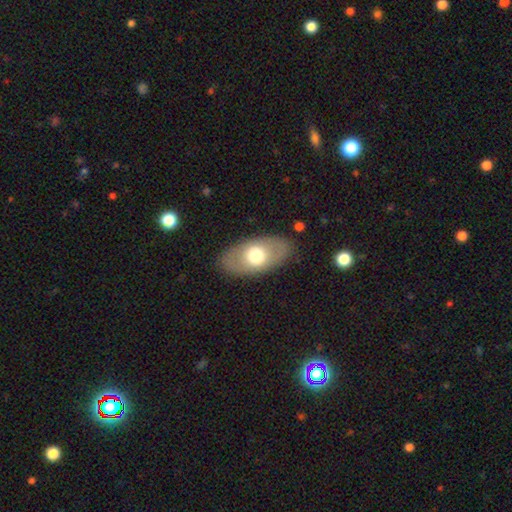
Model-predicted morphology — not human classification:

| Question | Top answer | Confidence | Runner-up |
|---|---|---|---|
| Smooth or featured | smooth | 61% | featured or disk (33%) |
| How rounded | in between | 92% | round (6%) |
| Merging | none | 85% | minor disturbance (10%) |